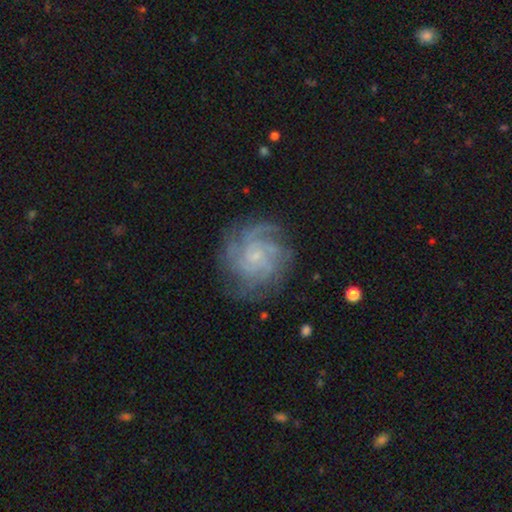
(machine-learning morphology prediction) smooth_or_featured: featured or disk (p=0.82) [alt: smooth p=0.10]
disk_edge_on: no (p=0.98) [alt: yes p=0.02]
bar: no (p=0.72) [alt: weak p=0.24]
has_spiral_arms: yes (p=0.96) [alt: no p=0.04]
spiral_winding: tight (p=0.60) [alt: medium p=0.33]
spiral_arm_count: 4 (p=0.30) [alt: can't tell p=0.26]
bulge_size: small (p=0.76) [alt: moderate p=0.13]
merging: none (p=0.77) [alt: minor disturbance p=0.15]